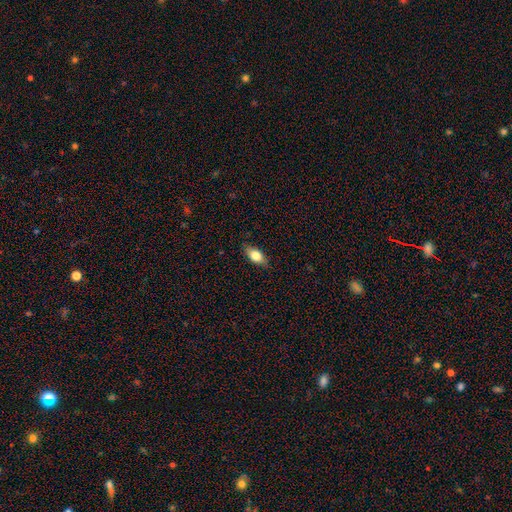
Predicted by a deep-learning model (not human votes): smooth 80%, featured or disk 13%, star or artifact 7%. Down the decision tree: how rounded — in between (87%); merging — none (83%).